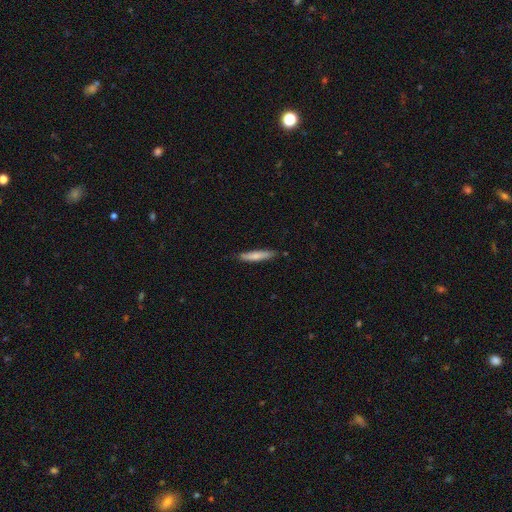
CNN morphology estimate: This appears to be a smooth galaxy with no disk features (73%) that is cigar-shaped (89%). Merging: none (83%).